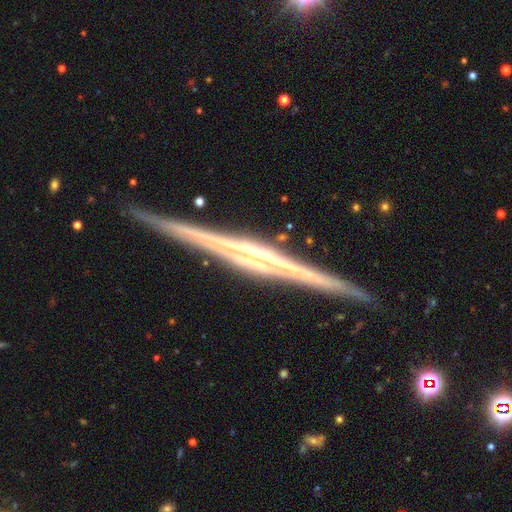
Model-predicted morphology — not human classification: A featured or disk galaxy (90%) viewed edge-on (98%) with a rounded central bulge (42%). Merging: none (92%).